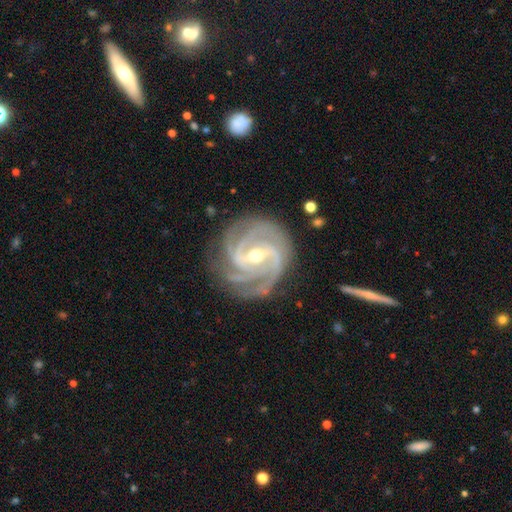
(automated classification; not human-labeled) smooth-or-featured: featured or disk: 94% | star or artifact: 4% | smooth: 3%
  disk-edge-on: no: 98% | yes: 2%
    bar: strong: 45% | weak: 42% | no: 13%
    has-spiral-arms: yes: 99% | no: 1%
      spiral-winding: tight: 63% | medium: 33% | loose: 4%
      spiral-arm-count: 3: 44% | 4: 29% | 2: 9% | can't tell: 8% | more than 4: 5% | 1: 5%
    bulge-size: moderate: 52% | small: 45% | large: 2% | none: 1% | dominant: 1%
  merging: none: 80% | minor disturbance: 14% | major disturbance: 5% | merger: 1%